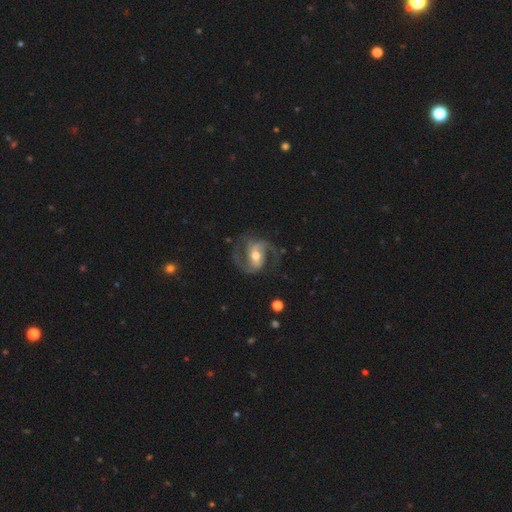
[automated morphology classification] Smooth or featured? featured or disk (90%)
Edge-on disk? no (98%)
Bar? weak (43%)
Spiral arms? yes (97%)
Spiral winding? medium (60%)
Spiral arm count? 2 (92%)
Bulge size? moderate (71%)
Merging? none (74%)